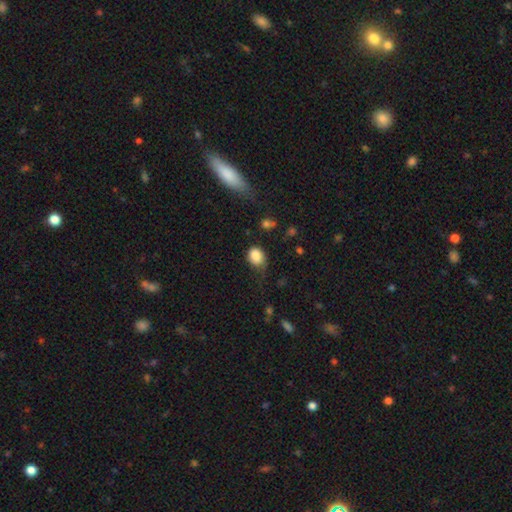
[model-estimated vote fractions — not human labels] smooth-or-featured: smooth: 86% | star or artifact: 9% | featured or disk: 5%
  how-rounded: round: 53% | in between: 46% | cigar-shaped: 1%
  merging: none: 52% | minor disturbance: 32% | major disturbance: 13% | merger: 3%